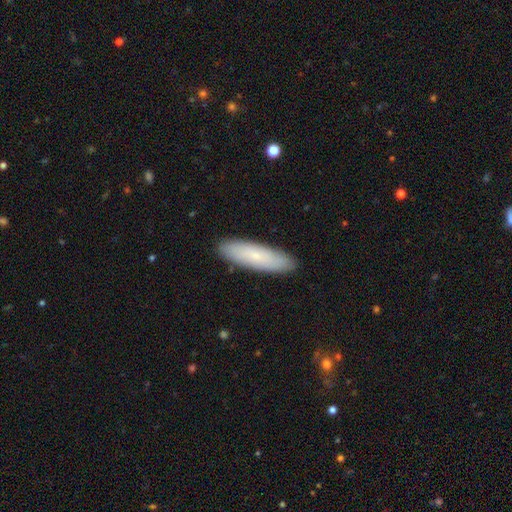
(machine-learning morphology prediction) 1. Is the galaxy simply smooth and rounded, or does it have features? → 69% smooth, 25% featured or disk, 6% star or artifact.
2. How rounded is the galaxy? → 67% cigar-shaped, 32% in between, 2% round.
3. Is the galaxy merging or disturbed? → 90% none, 8% minor disturbance, 1% major disturbance, 1% merger.